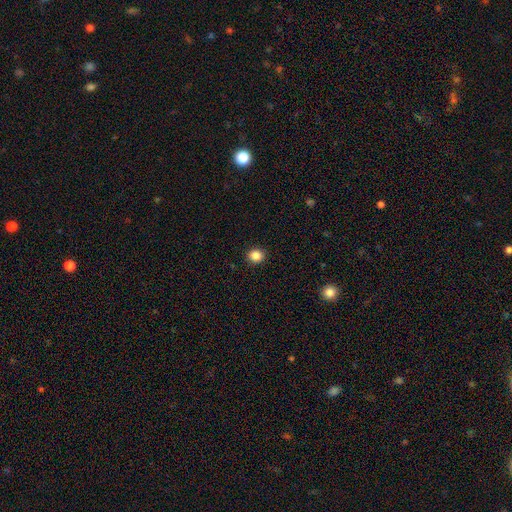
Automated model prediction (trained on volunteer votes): A smooth galaxy with no disk features (87%) that is round (80%).

Vote fractions:
- Smooth or featured? smooth: 87% / star or artifact: 10% / featured or disk: 3%
- How rounded? round: 80% / in between: 19% / cigar-shaped: 1%
- Merging? none: 92% / minor disturbance: 6% / major disturbance: 2% / merger: 1%